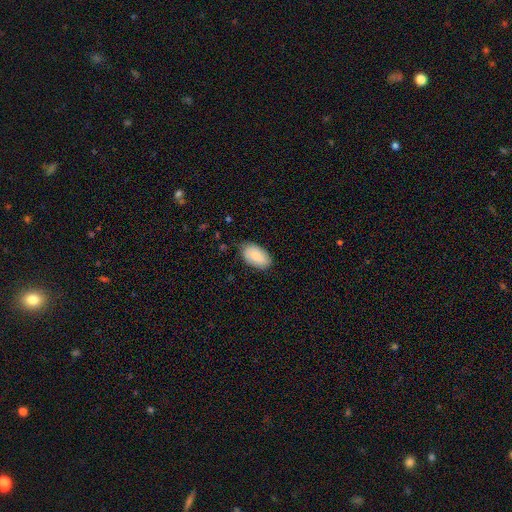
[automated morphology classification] This appears to be a smooth galaxy with no disk features (79%) that is in between round and cigar-shaped (94%). Merging: none (78%).